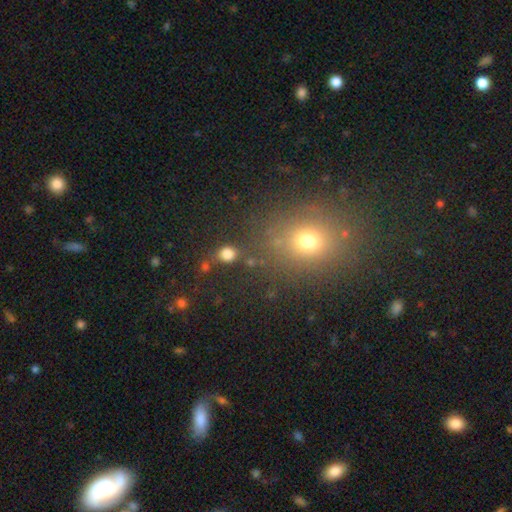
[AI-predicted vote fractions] smooth-or-featured: smooth: 59% | star or artifact: 30% | featured or disk: 11%
  how-rounded: round: 57% | in between: 41% | cigar-shaped: 2%
  merging: none: 83% | minor disturbance: 10% | major disturbance: 4% | merger: 4%